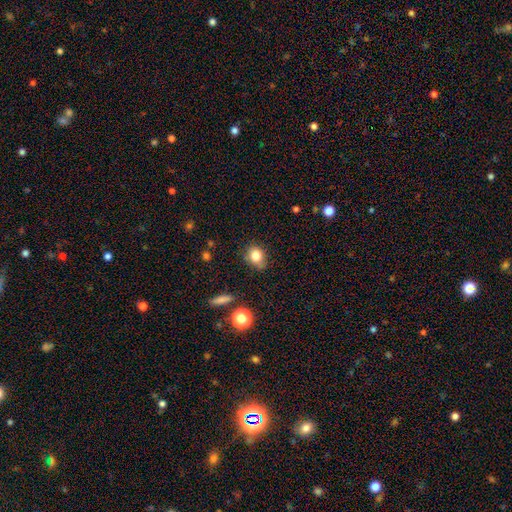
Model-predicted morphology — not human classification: The model was most divided on "how rounded": round: 53%, in between: 46%, cigar-shaped: 1%. More confident: smooth or featured — smooth (81%); merging — none (70%).